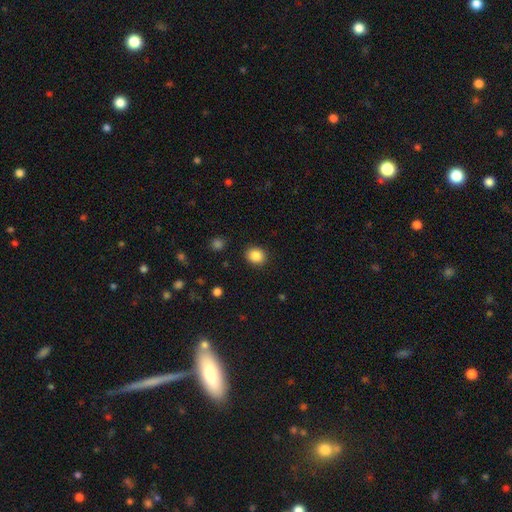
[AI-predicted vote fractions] A smooth galaxy with no disk features (87%) that is round (65%).

Vote fractions:
- Smooth or featured? smooth: 87% / star or artifact: 9% / featured or disk: 4%
- How rounded? round: 65% / in between: 34% / cigar-shaped: 1%
- Merging? none: 89% / minor disturbance: 7% / major disturbance: 2% / merger: 1%